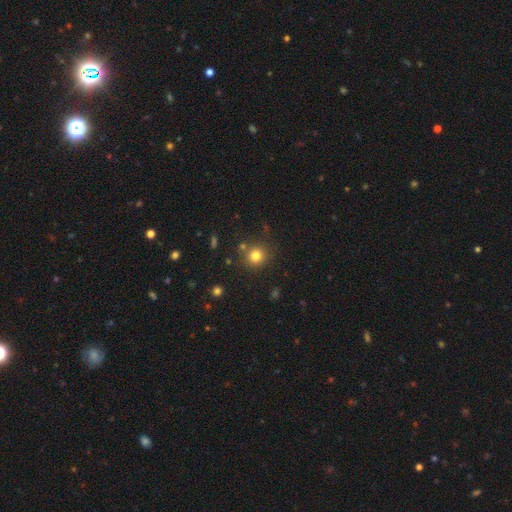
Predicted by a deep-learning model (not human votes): smooth-or-featured: smooth: 79% | star or artifact: 14% | featured or disk: 7%
  how-rounded: round: 92% | in between: 7% | cigar-shaped: 1%
  merging: none: 81% | minor disturbance: 9% | merger: 7% | major disturbance: 3%